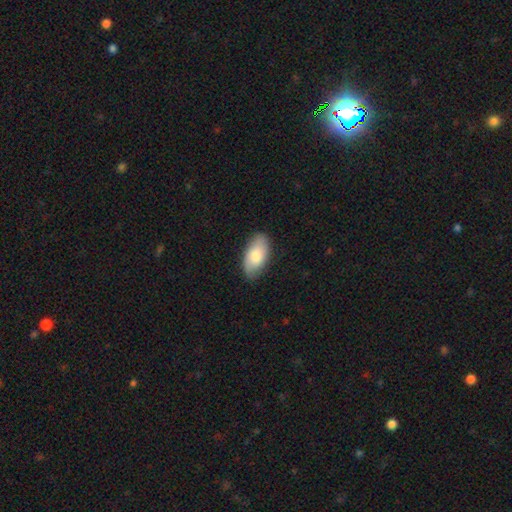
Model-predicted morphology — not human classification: Smooth or featured? Predicted: smooth (p=0.76). How rounded? Predicted: in between (p=0.94). Merging? Predicted: none (p=0.82).